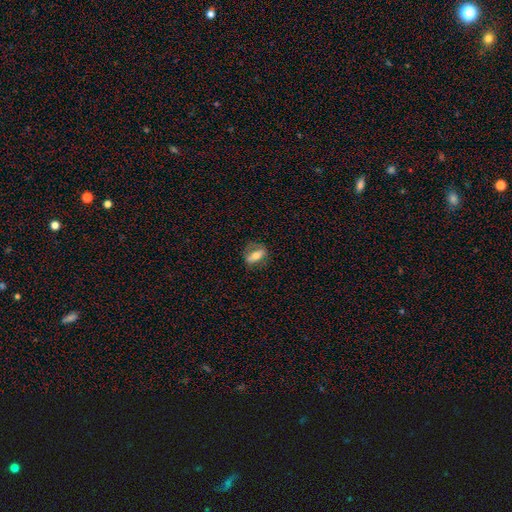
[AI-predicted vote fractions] Smooth or featured? smooth (57%)
How rounded? in between (69%)
Merging? none (72%)